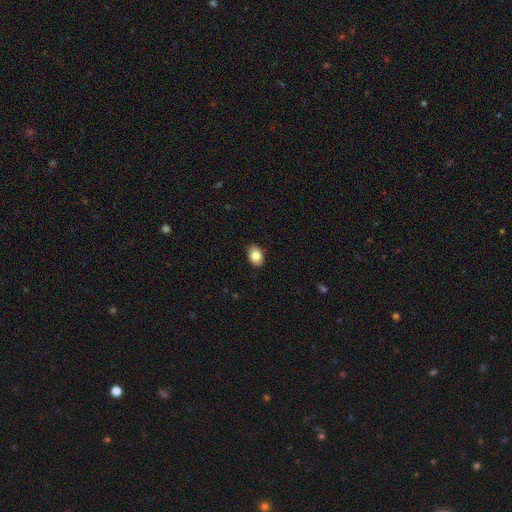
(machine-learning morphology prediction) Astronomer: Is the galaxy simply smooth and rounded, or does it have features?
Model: smooth — 84%.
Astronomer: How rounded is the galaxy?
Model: in between — 79%.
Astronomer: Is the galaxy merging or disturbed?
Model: none — 88%.